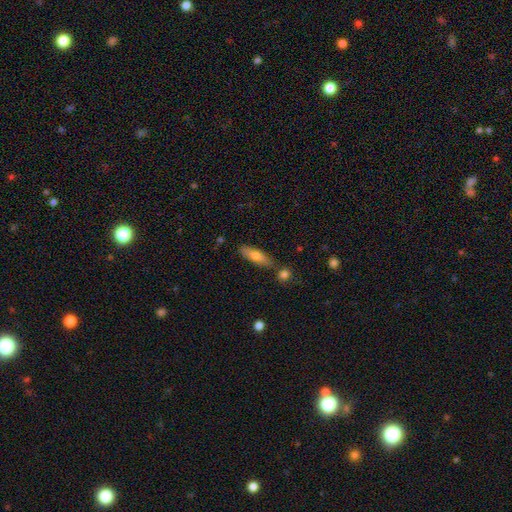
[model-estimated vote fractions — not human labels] The model was most divided on "how rounded": cigar-shaped: 59%, in between: 38%, round: 3%. More confident: merging — none (78%); smooth or featured — smooth (66%).